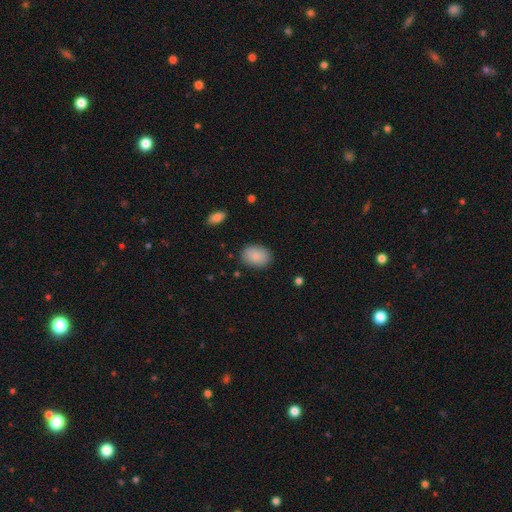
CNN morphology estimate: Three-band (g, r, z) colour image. It shows a smooth galaxy with no disk features (86%) that is in between round and cigar-shaped (80%). Merging: none (84%).